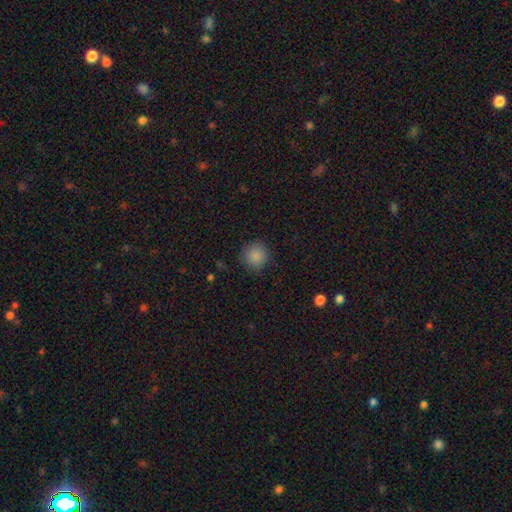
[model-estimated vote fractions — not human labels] Q: Smooth or featured?
A: smooth (87%); runner-up: star or artifact (10%)
Q: How rounded?
A: round (93%); runner-up: in between (6%)
Q: Merging?
A: none (86%); runner-up: minor disturbance (10%)